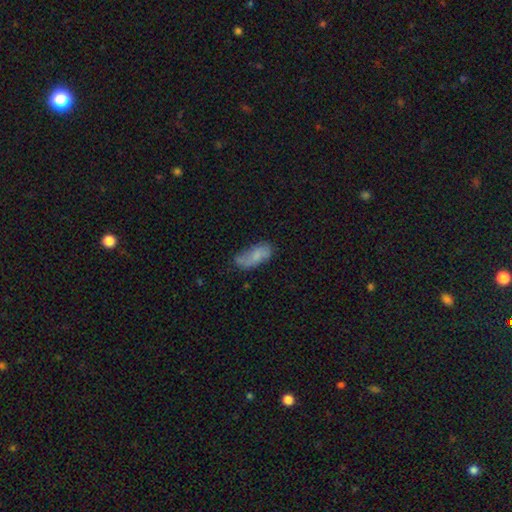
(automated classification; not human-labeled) Morphology: type=smooth (63%); roundness=in between (86%); merging=none (50%).